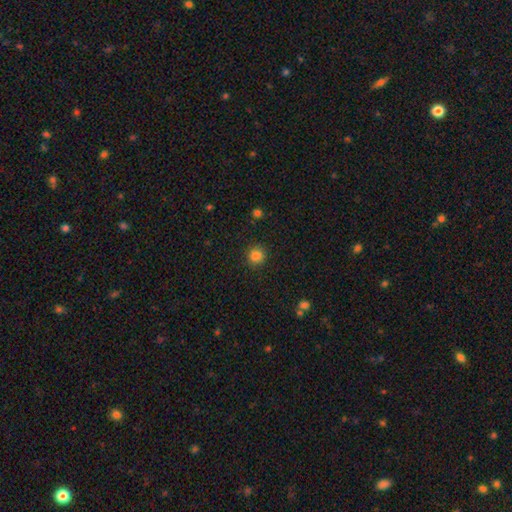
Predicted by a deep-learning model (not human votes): Smooth or featured? Predicted: smooth (p=0.83). How rounded? Predicted: round (p=0.91). Merging? Predicted: none (p=0.89).